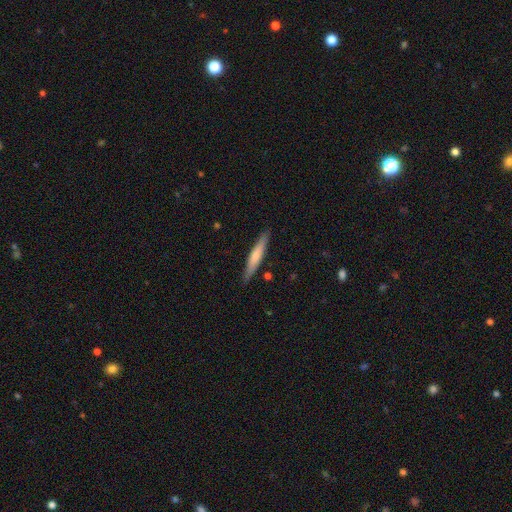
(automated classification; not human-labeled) This is likely a smooth galaxy (64%). How rounded: clearly cigar-shaped (93%). Merging: clearly none (88%).